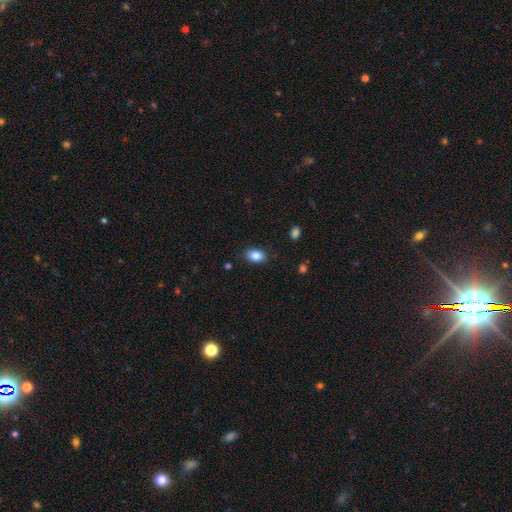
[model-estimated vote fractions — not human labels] This is clearly a smooth galaxy (86%). How rounded: clearly in between (87%). Merging: clearly none (85%).